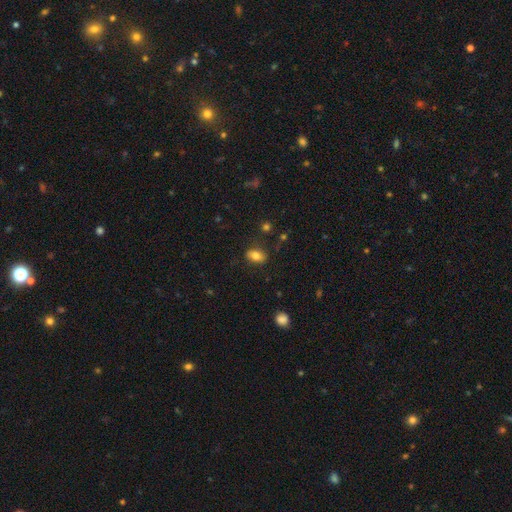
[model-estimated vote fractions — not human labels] Overall: smooth (79%). How rounded: in between (83%). Merging: none (81%).